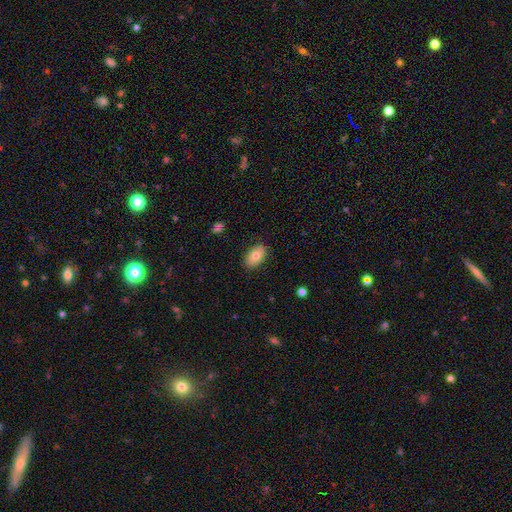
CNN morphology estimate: smooth 78%, featured or disk 14%, star or artifact 8%. Down the decision tree: how rounded — in between (91%); merging — none (87%).